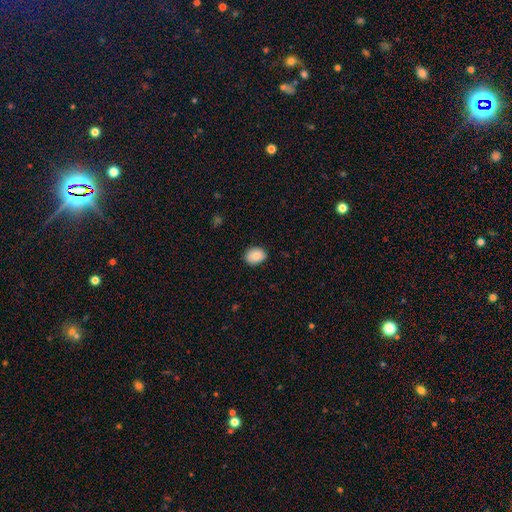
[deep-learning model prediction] A smooth galaxy with no disk features (85%) that is in between round and cigar-shaped (57%). Merging: none (83%).